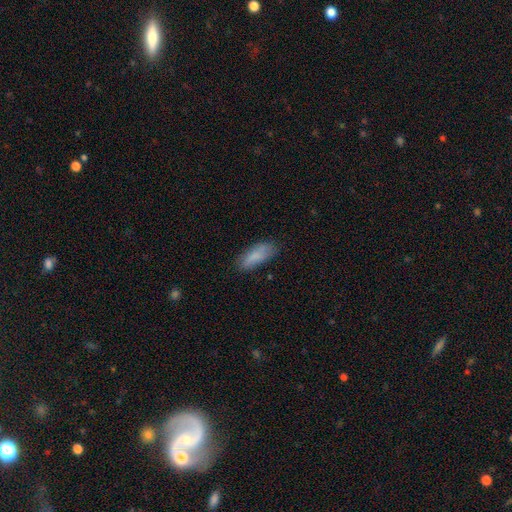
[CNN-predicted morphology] smooth 83%, featured or disk 10%, star or artifact 7%. Down the decision tree: how rounded — in between (70%); merging — none (72%).